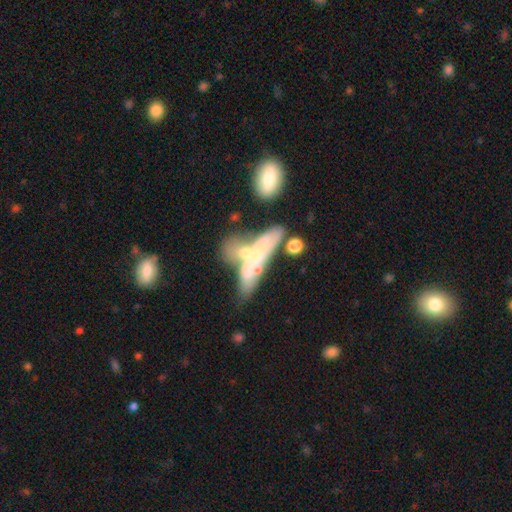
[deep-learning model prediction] Overall: featured or disk (53%; smooth 37%). Edge-on disk: no (62%; yes 38%). Merging: merger (37%; none 31%).